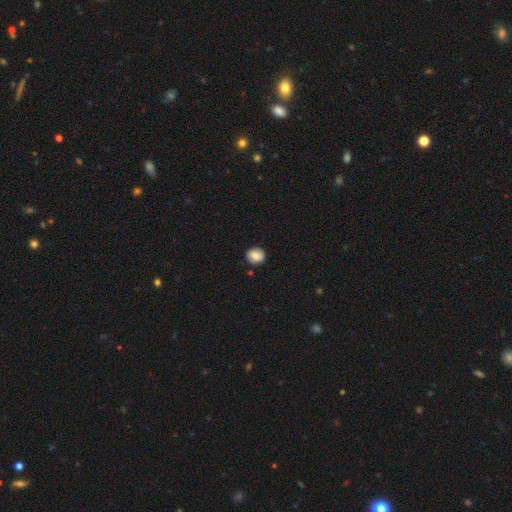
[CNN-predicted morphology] Smooth or featured?
  - smooth: 78% *
  - featured or disk: 13%
  - star or artifact: 9%
How rounded?
  - round: 69% *
  - in between: 30%
  - cigar-shaped: 1%
Merging?
  - none: 85% *
  - minor disturbance: 11%
  - major disturbance: 3%
  - merger: 2%